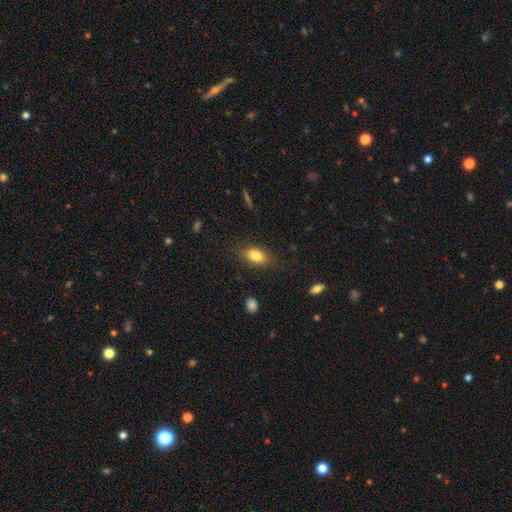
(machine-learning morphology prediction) A smooth galaxy with no disk features (81%) that is in between round and cigar-shaped (86%).

Vote fractions:
- Smooth or featured? smooth: 81% / featured or disk: 10% / star or artifact: 9%
- How rounded? in between: 86% / round: 8% / cigar-shaped: 6%
- Merging? none: 80% / minor disturbance: 14% / major disturbance: 4% / merger: 2%